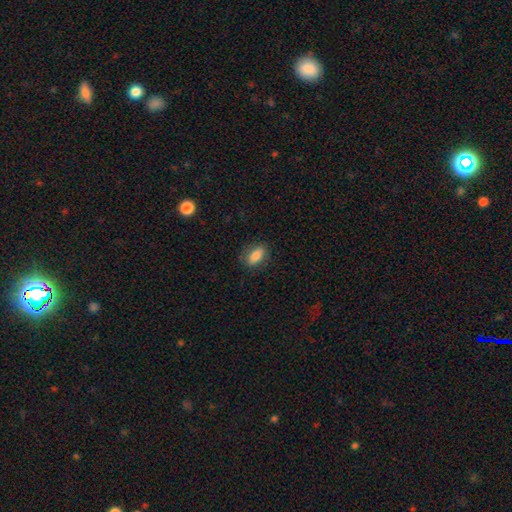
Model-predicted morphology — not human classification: Smooth or featured? Predicted: smooth (p=0.82). How rounded? Predicted: in between (p=0.84). Merging? Predicted: none (p=0.82).